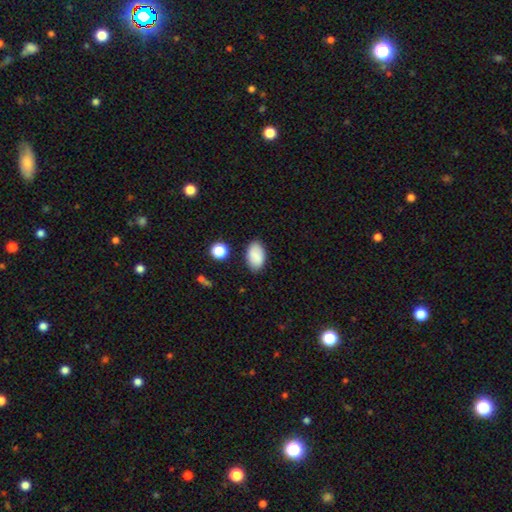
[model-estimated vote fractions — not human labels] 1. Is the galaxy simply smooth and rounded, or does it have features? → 87% smooth, 8% star or artifact, 5% featured or disk.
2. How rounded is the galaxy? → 92% in between, 6% round, 1% cigar-shaped.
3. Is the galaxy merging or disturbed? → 84% none, 12% minor disturbance, 3% major disturbance, 2% merger.